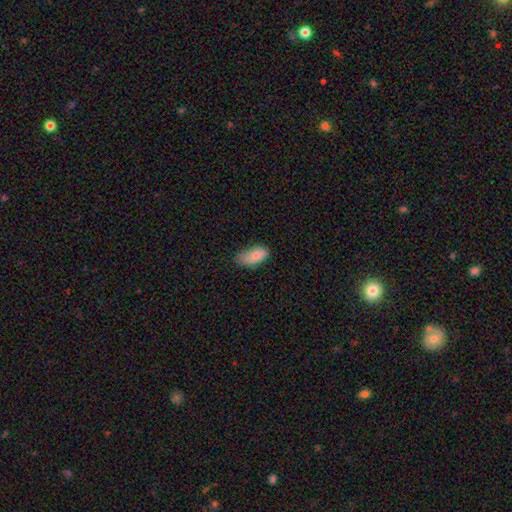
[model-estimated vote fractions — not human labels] Smooth or featured? Predicted: smooth (p=0.78). How rounded? Predicted: in between (p=0.92). Merging? Predicted: none (p=0.56).